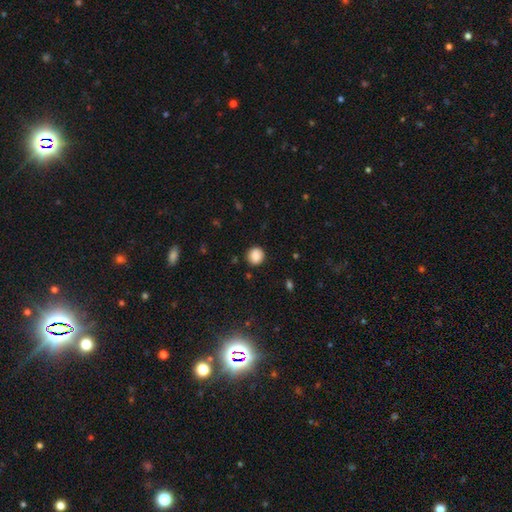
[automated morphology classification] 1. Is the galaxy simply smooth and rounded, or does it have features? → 87% smooth, 9% star or artifact, 4% featured or disk.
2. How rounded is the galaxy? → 88% round, 11% in between, 1% cigar-shaped.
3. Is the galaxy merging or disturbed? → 88% none, 8% minor disturbance, 2% major disturbance, 1% merger.